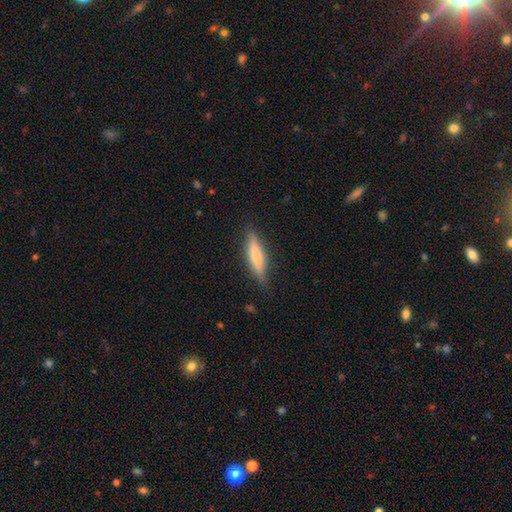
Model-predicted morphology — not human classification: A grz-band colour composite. It shows a smooth galaxy with no disk features (59%) that is cigar-shaped (81%). Merging: none (83%).